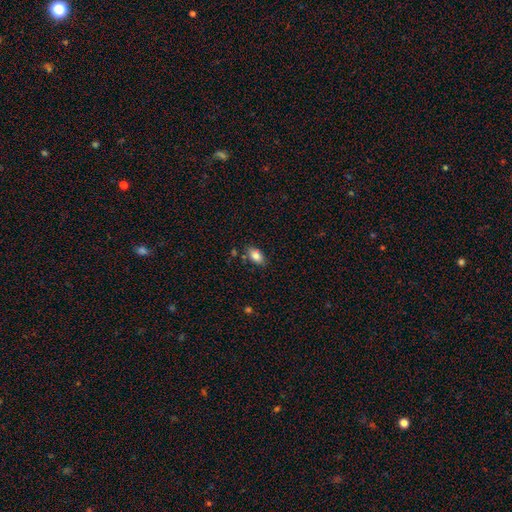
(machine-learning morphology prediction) Smooth or featured?
  - smooth: 82% *
  - featured or disk: 10%
  - star or artifact: 8%
How rounded?
  - in between: 90% *
  - cigar-shaped: 5%
  - round: 5%
Merging?
  - none: 79% *
  - minor disturbance: 14%
  - merger: 4%
  - major disturbance: 3%